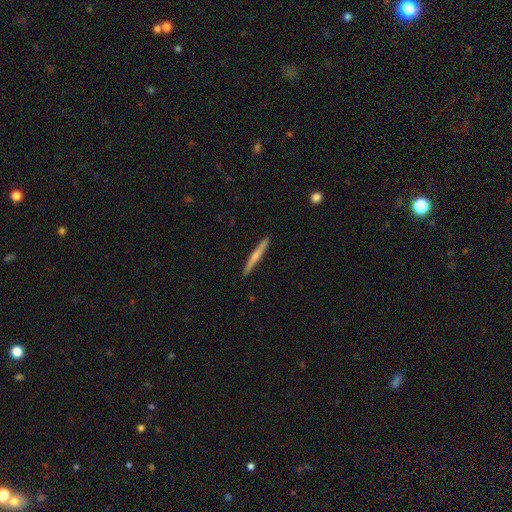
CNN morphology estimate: Smooth or featured: featured or disk — 50% (smooth — 45%)
Merging: none — 92% (minor disturbance — 6%)